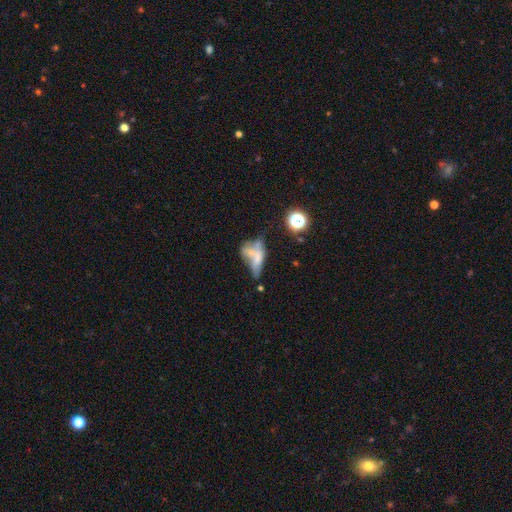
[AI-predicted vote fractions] Smooth or featured: smooth — 45% (featured or disk — 39%)
Merging: merger — 41% (major disturbance — 23%)